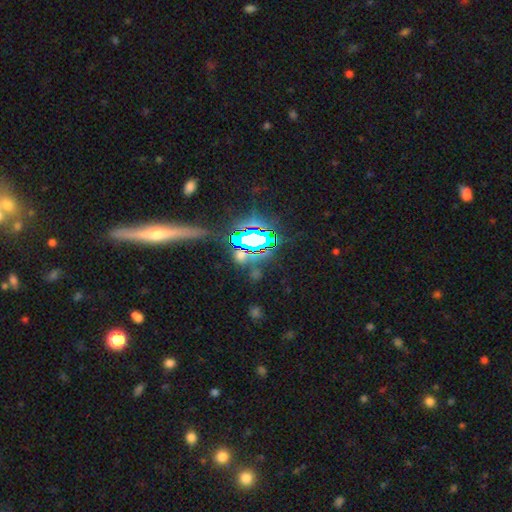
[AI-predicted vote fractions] Morphology: type=star or artifact (65%).